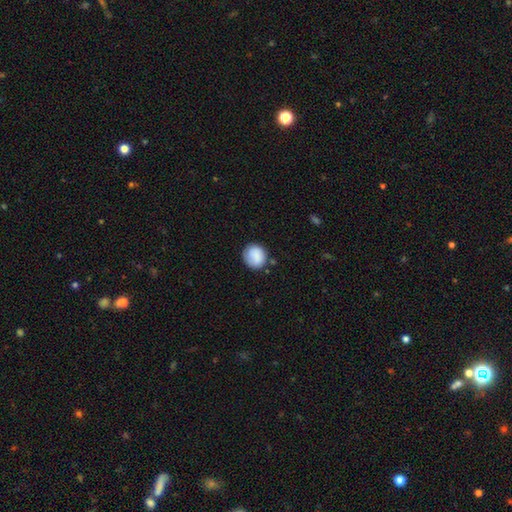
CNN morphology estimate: This appears to be a smooth galaxy with no disk features (84%) that is round (85%). Merging: none (77%).